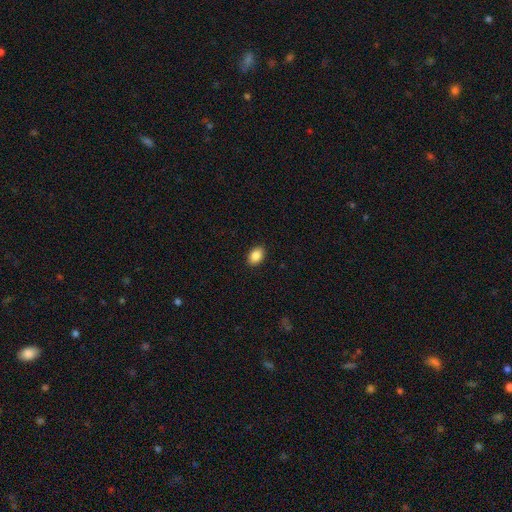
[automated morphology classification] Smooth or featured: smooth — 88% (star or artifact — 8%)
How rounded: in between — 83% (round — 16%)
Merging: none — 90% (minor disturbance — 8%)